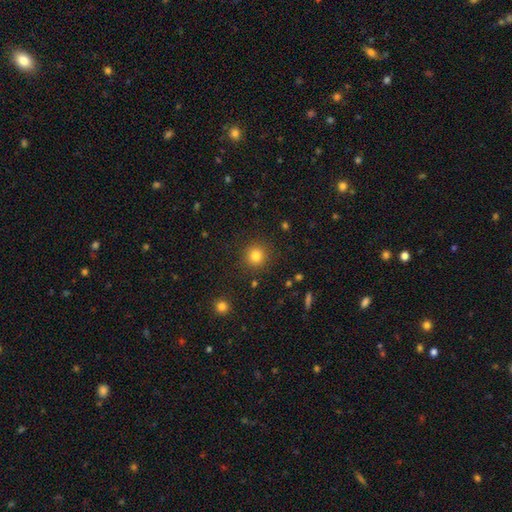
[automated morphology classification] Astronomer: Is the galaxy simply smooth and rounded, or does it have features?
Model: smooth — 82%.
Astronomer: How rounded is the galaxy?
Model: round — 92%.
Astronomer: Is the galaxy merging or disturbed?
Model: none — 89%.